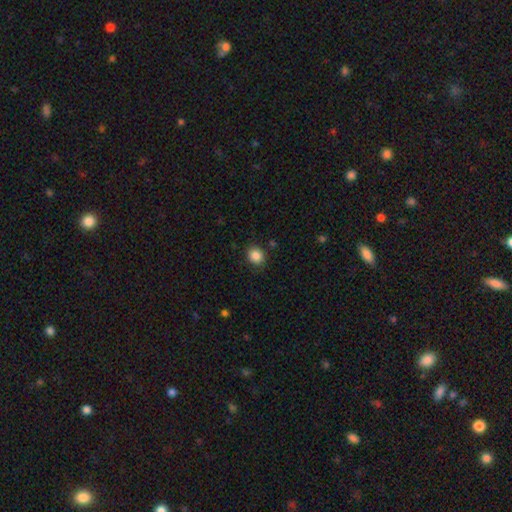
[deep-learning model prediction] smooth_or_featured: smooth (p=0.86) [alt: star or artifact p=0.10]
how_rounded: round (p=0.72) [alt: in between p=0.28]
merging: none (p=0.87) [alt: minor disturbance p=0.09]